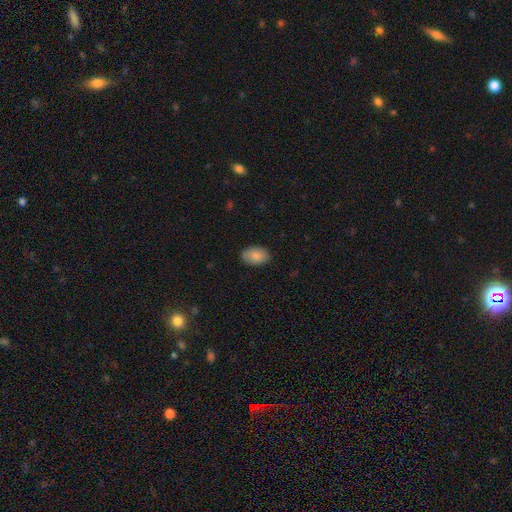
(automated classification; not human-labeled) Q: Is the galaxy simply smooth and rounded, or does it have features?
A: smooth — 84%.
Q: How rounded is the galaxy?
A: in between — 89%.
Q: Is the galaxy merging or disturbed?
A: none — 85%.